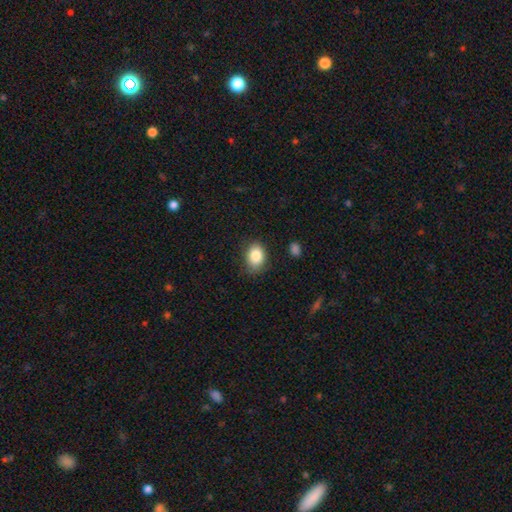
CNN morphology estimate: A smooth galaxy with no disk features (85%) that is in between round and cigar-shaped (74%). Merging: none (79%).